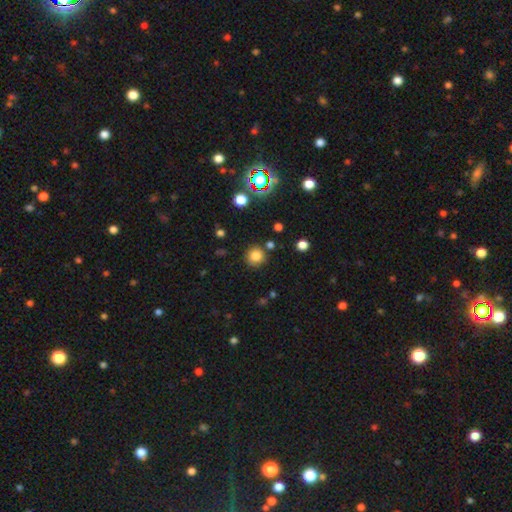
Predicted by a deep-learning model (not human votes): Smooth or featured? Predicted: smooth (p=0.80). How rounded? Predicted: round (p=0.93). Merging? Predicted: none (p=0.84).